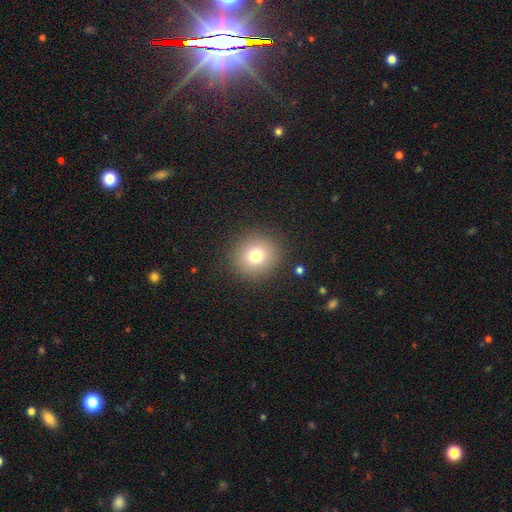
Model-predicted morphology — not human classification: smooth 77%, star or artifact 13%, featured or disk 10%. Down the decision tree: how rounded — round (90%); merging — none (90%).